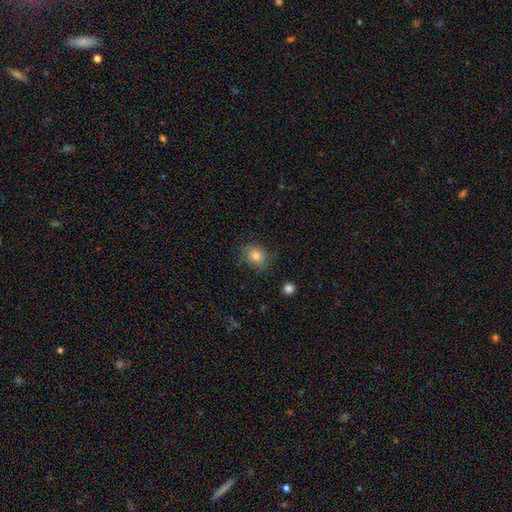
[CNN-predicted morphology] The model was most divided on "how rounded": round: 55%, in between: 44%, cigar-shaped: 1%. More confident: smooth or featured — smooth (78%); merging — none (77%).